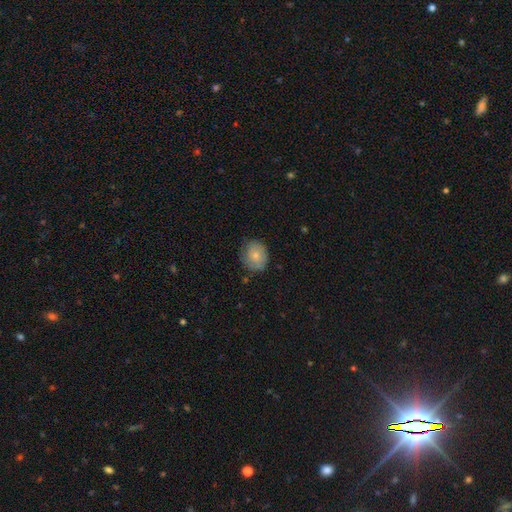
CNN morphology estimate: Q: Smooth or featured?
A: smooth (74%); runner-up: featured or disk (19%)
Q: How rounded?
A: round (71%); runner-up: in between (28%)
Q: Merging?
A: none (73%); runner-up: minor disturbance (21%)